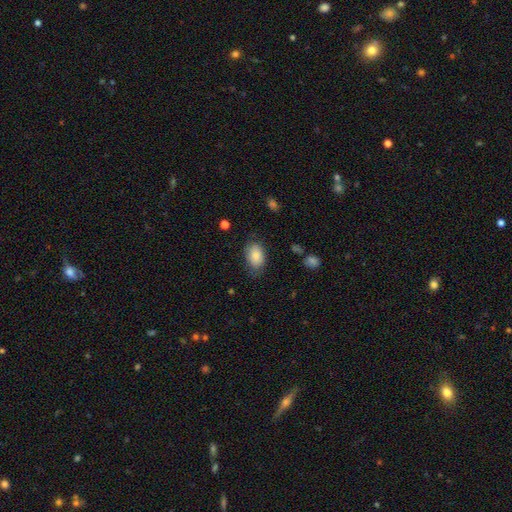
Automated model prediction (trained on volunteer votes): Morphology: type=smooth (83%); roundness=in between (87%); merging=none (72%).